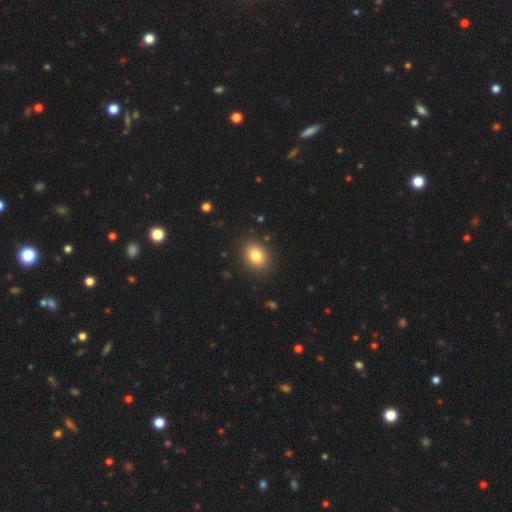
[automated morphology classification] Q: Smooth or featured?
A: smooth (82%); runner-up: star or artifact (10%)
Q: How rounded?
A: in between (59%); runner-up: round (41%)
Q: Merging?
A: none (89%); runner-up: minor disturbance (8%)